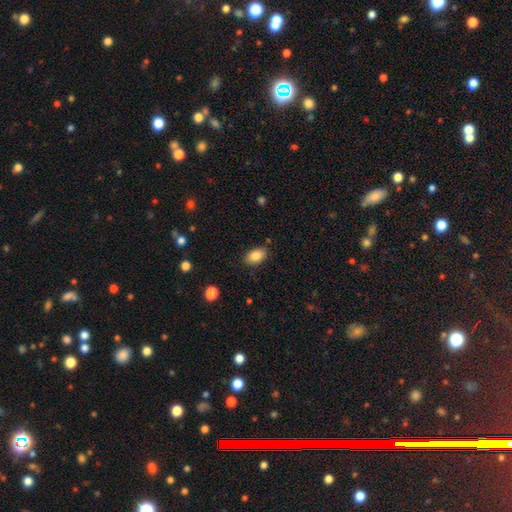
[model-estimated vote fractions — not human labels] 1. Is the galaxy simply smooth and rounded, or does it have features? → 85% smooth, 8% star or artifact, 7% featured or disk.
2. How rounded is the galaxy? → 91% in between, 7% round, 2% cigar-shaped.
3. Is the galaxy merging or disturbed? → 85% none, 11% minor disturbance, 3% major disturbance, 2% merger.